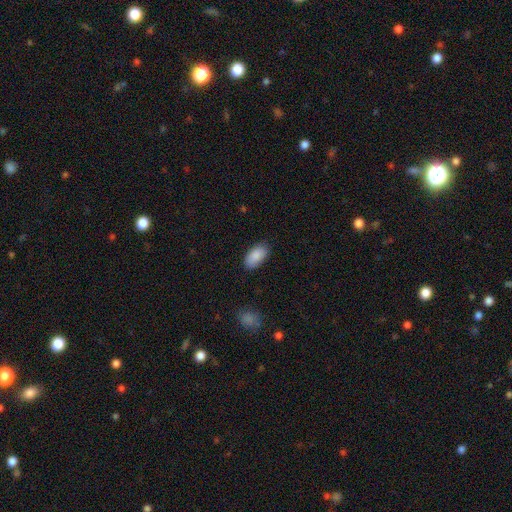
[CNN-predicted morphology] A smooth galaxy with no disk features (89%) that is in between round and cigar-shaped (94%).

Vote fractions:
- Smooth or featured? smooth: 89% / star or artifact: 6% / featured or disk: 5%
- How rounded? in between: 94% / cigar-shaped: 3% / round: 3%
- Merging? none: 83% / minor disturbance: 13% / major disturbance: 3% / merger: 1%